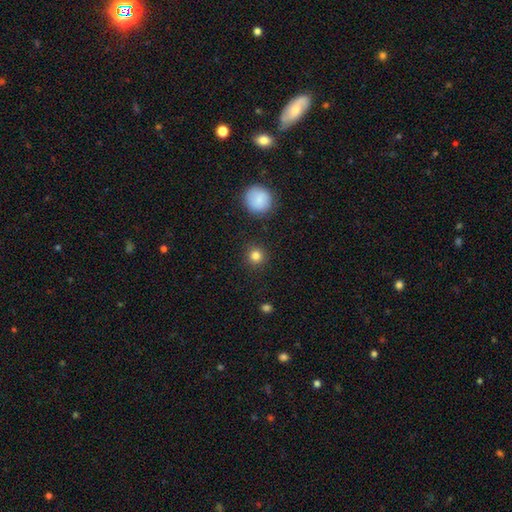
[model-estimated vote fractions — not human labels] Smooth or featured?
  - smooth: 83% *
  - star or artifact: 12%
  - featured or disk: 5%
How rounded?
  - round: 94% *
  - in between: 5%
  - cigar-shaped: 1%
Merging?
  - none: 90% *
  - minor disturbance: 6%
  - major disturbance: 3%
  - merger: 2%